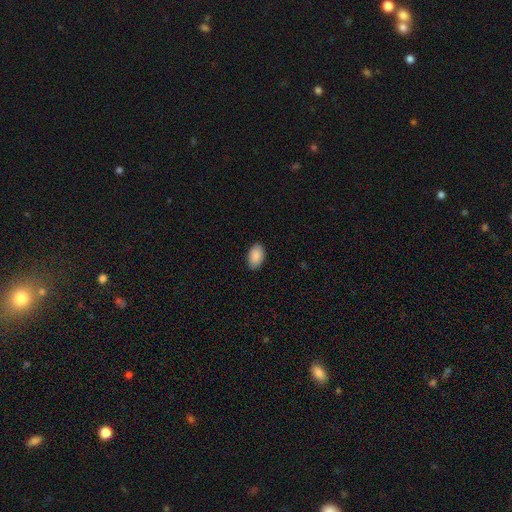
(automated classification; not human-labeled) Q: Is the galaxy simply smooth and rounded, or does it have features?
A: smooth — 91%.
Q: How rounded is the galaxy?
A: in between — 93%.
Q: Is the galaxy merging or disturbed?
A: none — 88%.